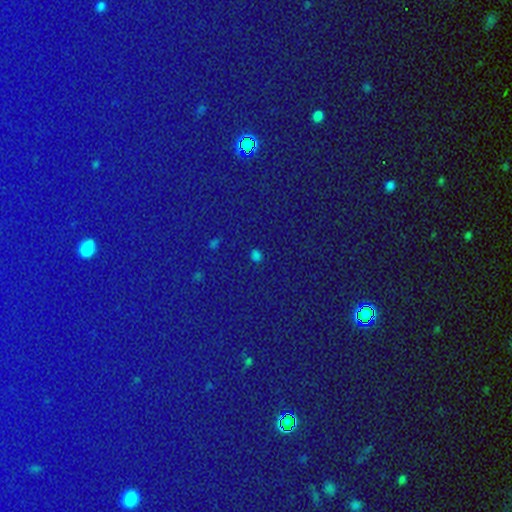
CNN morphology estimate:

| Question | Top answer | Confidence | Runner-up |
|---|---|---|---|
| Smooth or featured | star or artifact | 76% | smooth (15%) |